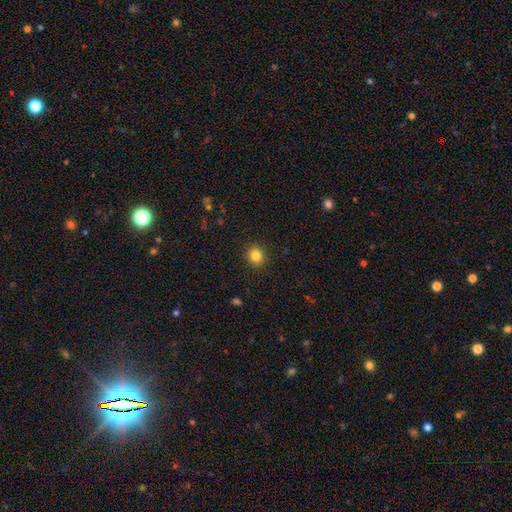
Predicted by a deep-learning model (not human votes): smooth 84%, star or artifact 11%, featured or disk 5%. Down the decision tree: how rounded — round (83%); merging — none (91%).